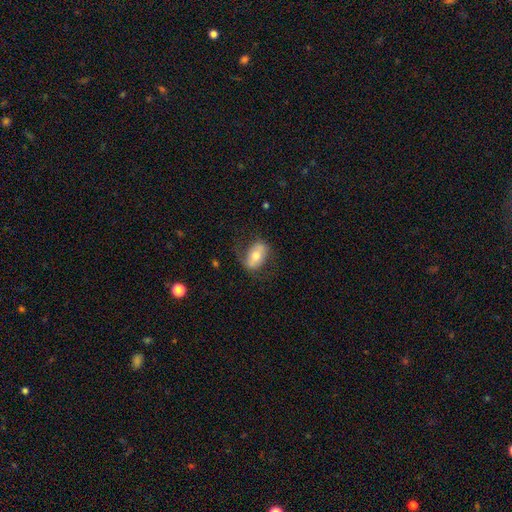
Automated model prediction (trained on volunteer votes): Smooth or featured? Predicted: smooth (p=0.52). How rounded? Predicted: in between (p=0.87). Merging? Predicted: none (p=0.64).